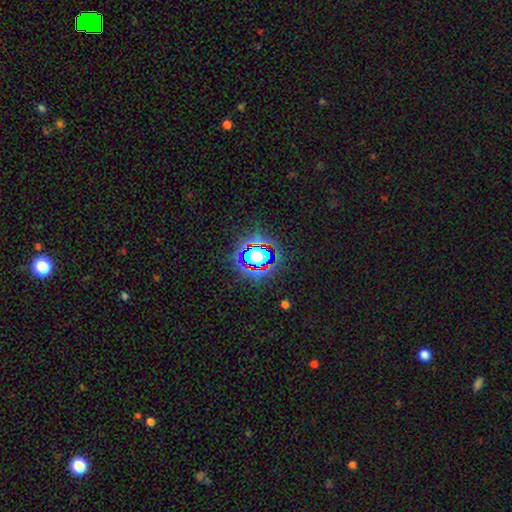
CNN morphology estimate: type=star or artifact (58%).